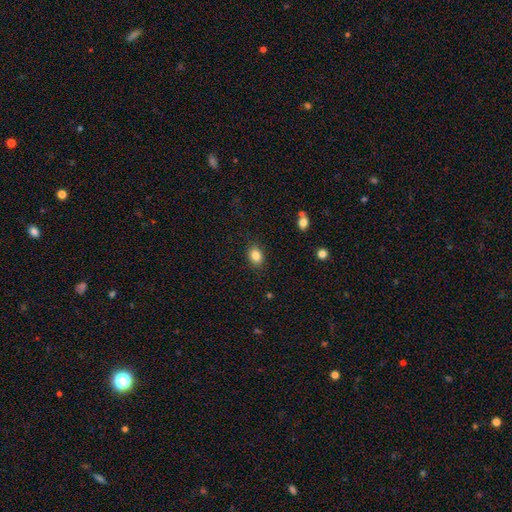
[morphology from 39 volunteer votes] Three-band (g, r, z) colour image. It shows a smooth galaxy with no disk features (92%) that is in between round and cigar-shaped (67%). Merging: none (78%).